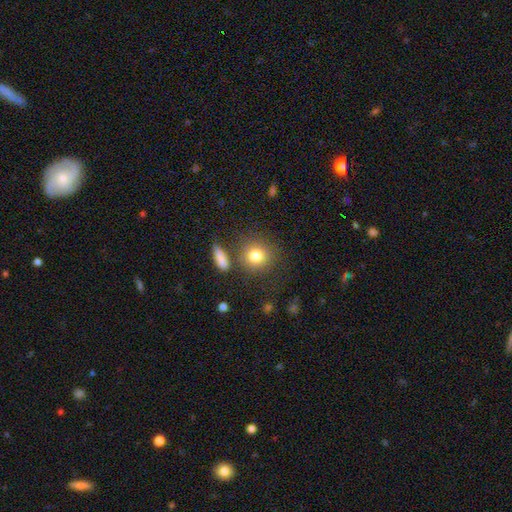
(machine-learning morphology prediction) Overall: smooth (81%). How rounded: round (85%). Merging: none (76%).